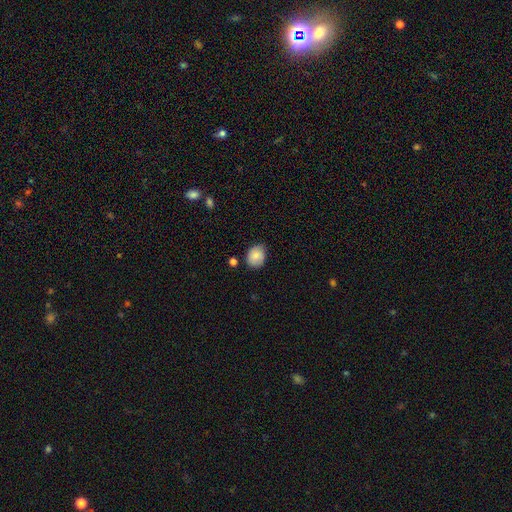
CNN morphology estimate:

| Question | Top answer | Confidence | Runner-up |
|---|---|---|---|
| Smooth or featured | smooth | 85% | star or artifact (8%) |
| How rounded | in between | 51% | round (48%) |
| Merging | none | 74% | minor disturbance (20%) |